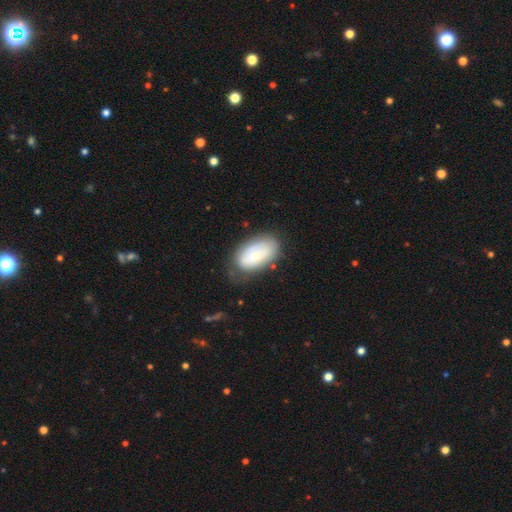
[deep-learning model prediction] smooth 57%, featured or disk 37%, star or artifact 6%. Down the decision tree: how rounded — in between (92%); merging — none (65%).